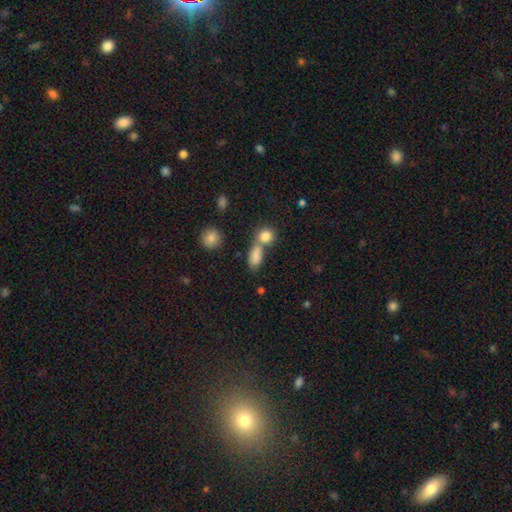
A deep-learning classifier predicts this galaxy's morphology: This is clearly a smooth galaxy (84%). How rounded: clearly in between (81%). Merging: marginally none (44%).